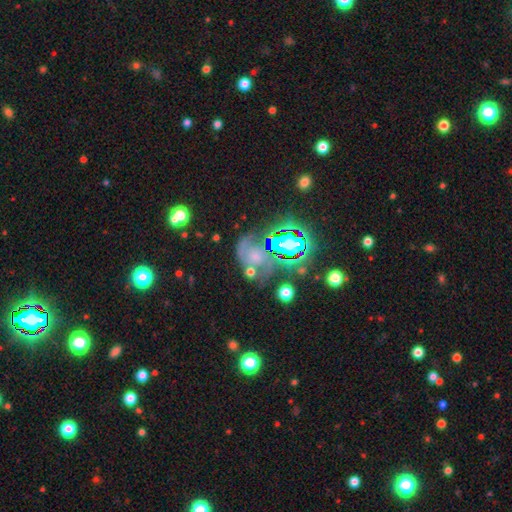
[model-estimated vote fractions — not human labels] featured or disk 51%, star or artifact 30%, smooth 20%. Down the decision tree: edge-on disk — no (96%); merging — none (46%).